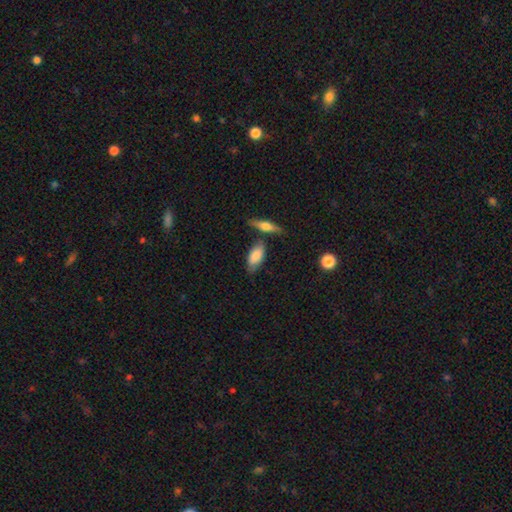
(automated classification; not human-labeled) smooth_or_featured: smooth (p=0.78) [alt: featured or disk p=0.16]
how_rounded: in between (p=0.88) [alt: cigar-shaped p=0.09]
merging: none (p=0.64) [alt: minor disturbance p=0.20]